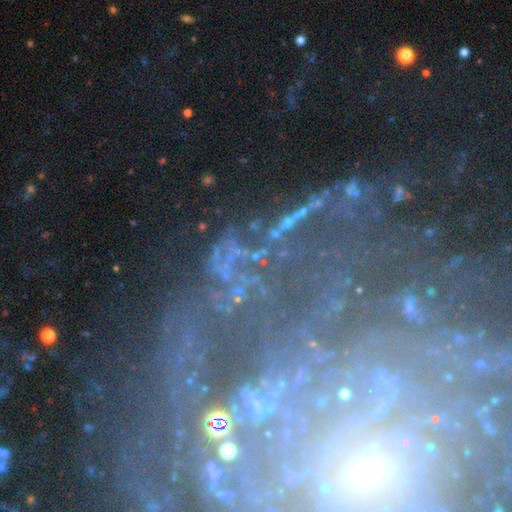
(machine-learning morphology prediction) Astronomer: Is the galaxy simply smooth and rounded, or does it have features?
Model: featured or disk — 47% (runner-up: star or artifact, 41%).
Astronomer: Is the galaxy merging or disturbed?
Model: none — 64%.